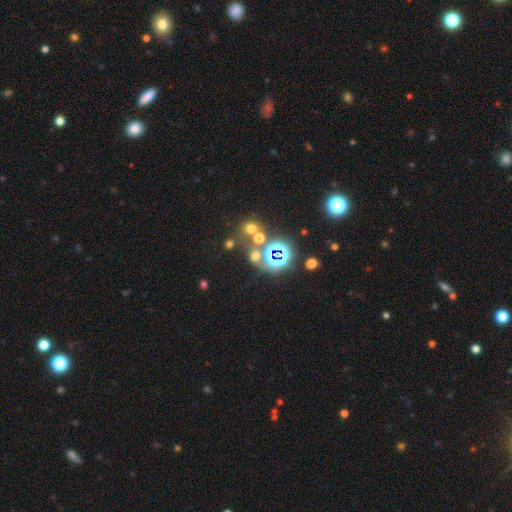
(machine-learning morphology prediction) This is marginally a star or artifact rather than a galaxy (45%).